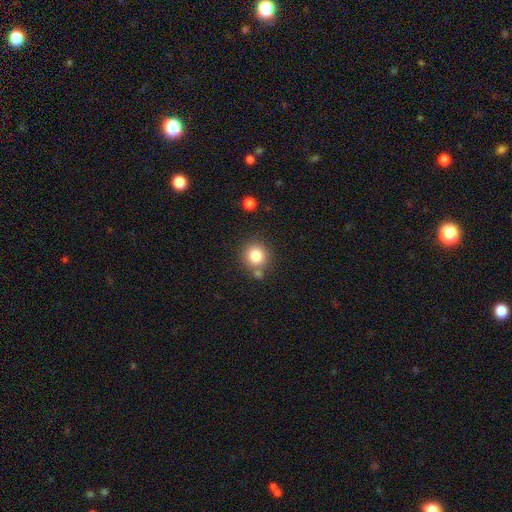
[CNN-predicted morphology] smooth 83%, star or artifact 10%, featured or disk 6%. Down the decision tree: how rounded — round (89%); merging — none (72%).